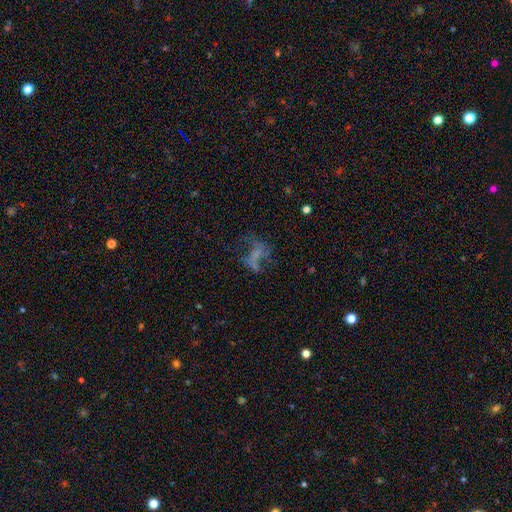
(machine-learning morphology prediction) This appears to be a featured or disk galaxy (53%) with no bar (68%), no spiral arms (58%) and no central bulge (70%). Merging: none (40%).